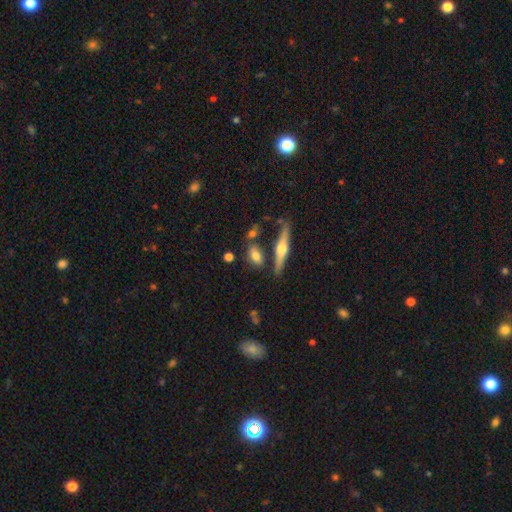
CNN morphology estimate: smooth 61%, featured or disk 30%, star or artifact 8%. Down the decision tree: how rounded — in between (68%); merging — none (71%).